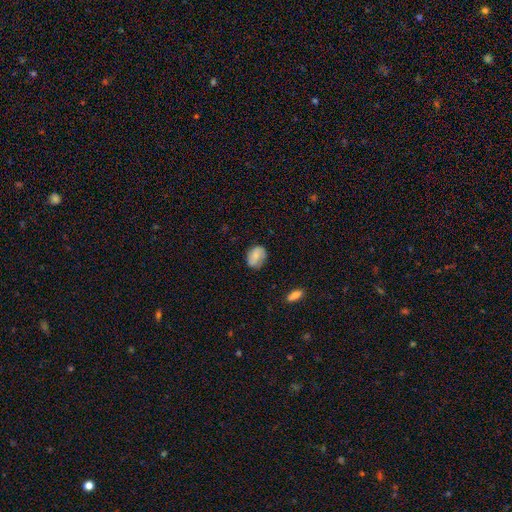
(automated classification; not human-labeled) Smooth or featured? smooth (72%)
How rounded? in between (63%)
Merging? none (70%)